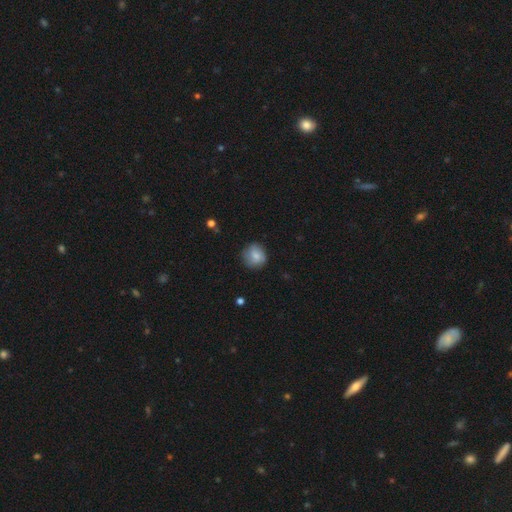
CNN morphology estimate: A smooth galaxy with no disk features (77%) that is round (83%).

Vote fractions:
- Smooth or featured? smooth: 77% / featured or disk: 15% / star or artifact: 8%
- How rounded? round: 83% / in between: 16% / cigar-shaped: 1%
- Merging? none: 76% / minor disturbance: 18% / major disturbance: 4% / merger: 1%